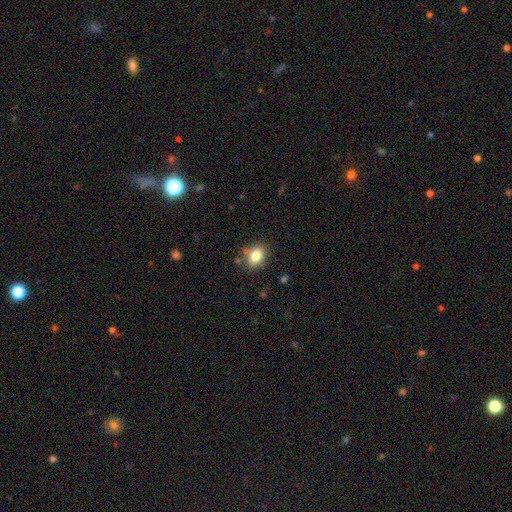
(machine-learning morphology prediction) Smooth or featured?
  - smooth: 82% *
  - star or artifact: 10%
  - featured or disk: 9%
How rounded?
  - in between: 65% *
  - round: 34%
  - cigar-shaped: 1%
Merging?
  - none: 78% *
  - minor disturbance: 14%
  - merger: 4%
  - major disturbance: 4%